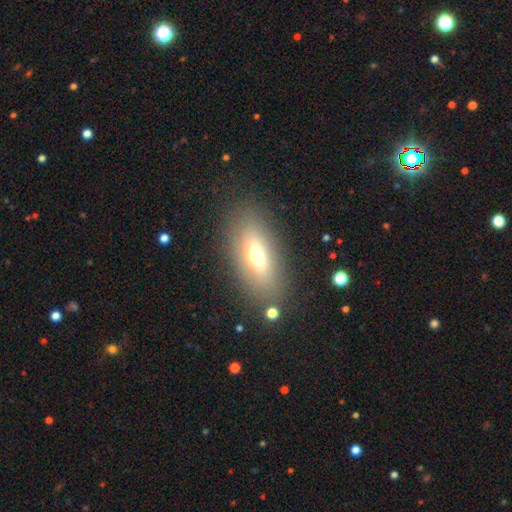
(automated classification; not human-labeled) smooth 61%, featured or disk 26%, star or artifact 13%. Down the decision tree: how rounded — in between (79%); merging — none (81%).